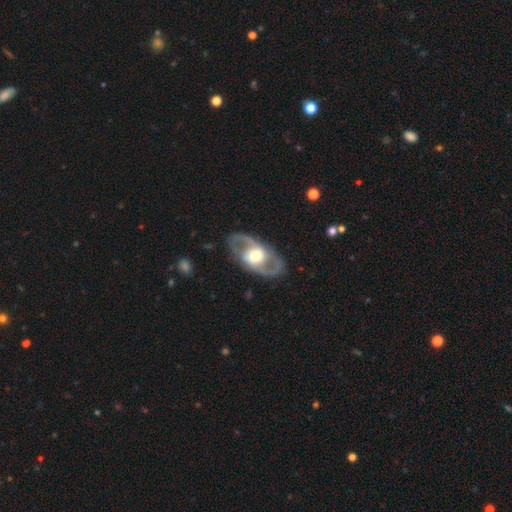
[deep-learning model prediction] featured or disk 80%, smooth 16%, star or artifact 4%. Down the decision tree: edge-on disk — no (92%); bar — no (50%); spiral arms — yes (70%); spiral arm count — 2 (88%); spiral winding — medium (53%); bulge size — moderate (58%); merging — none (84%).